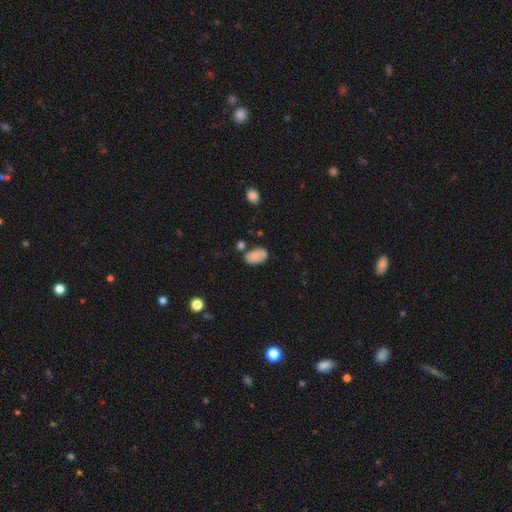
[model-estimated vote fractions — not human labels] Overall: smooth (82%). How rounded: in between (93%). Merging: none (65%).